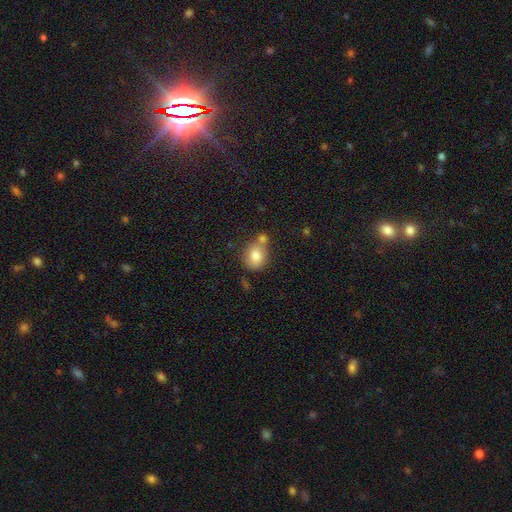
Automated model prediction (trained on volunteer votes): This appears to be a smooth galaxy with no disk features (79%) that is round (67%). Merging: none (56%).